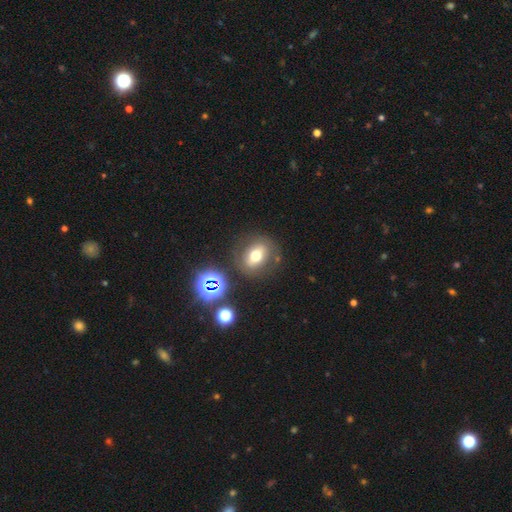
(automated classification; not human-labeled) Smooth or featured: smooth — 57% (featured or disk — 28%)
How rounded: in between — 52% (round — 46%)
Merging: none — 77% (minor disturbance — 12%)